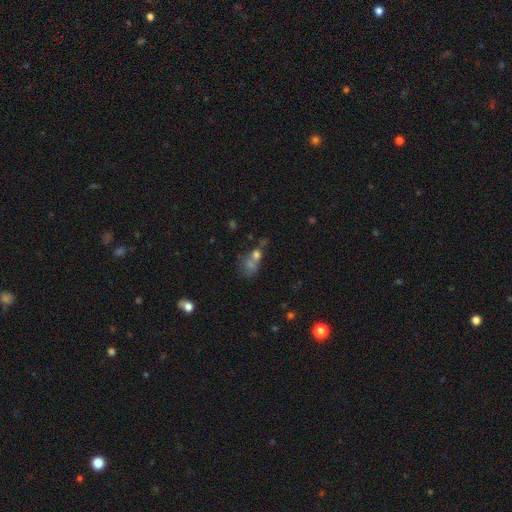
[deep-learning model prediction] Q: Smooth or featured?
A: smooth (55%); runner-up: star or artifact (23%)
Q: How rounded?
A: in between (49%); runner-up: round (47%)
Q: Merging?
A: merger (47%); runner-up: none (28%)